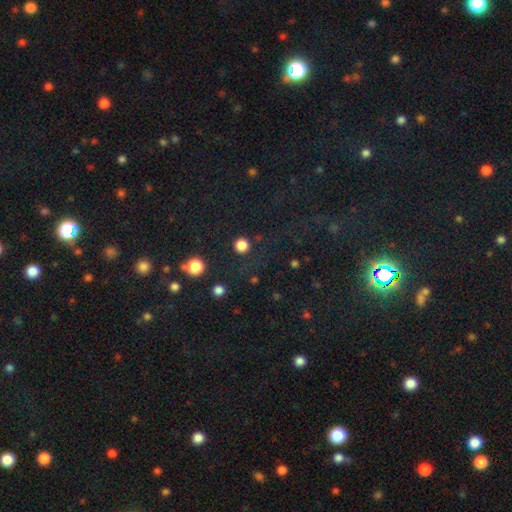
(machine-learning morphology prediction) Smooth or featured: star or artifact — 67% (smooth — 25%)